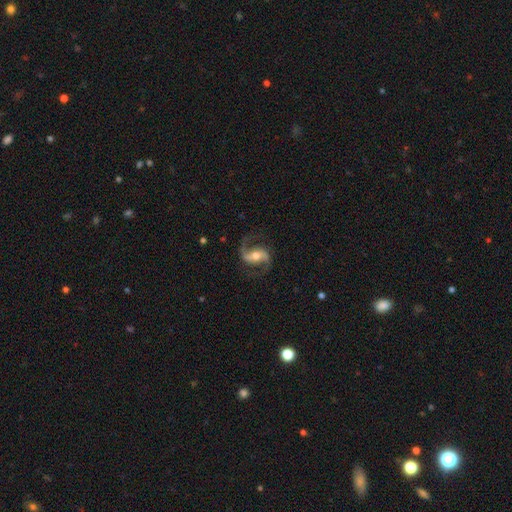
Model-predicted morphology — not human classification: This is clearly a featured or disk galaxy (89%). It is clearly not viewed edge-on (97%). Bar: marginally strong (41%). Spiral arm pattern: clearly yes (97%). Spiral arm count: clearly 2 (93%). Spiral winding: possibly medium (46%). Central bulge: likely moderate (65%). Merging: likely none (80%).